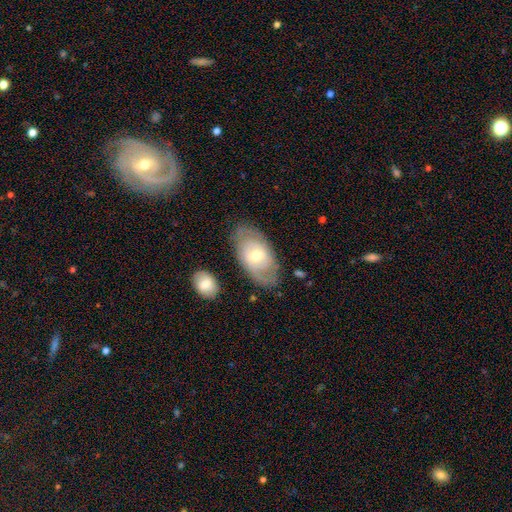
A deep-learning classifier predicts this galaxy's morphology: The model was most divided on "bar": no: 59%, weak: 34%, strong: 7%. More confident: edge-on disk — no (92%); merging — none (75%); spiral arms — yes (71%); smooth or featured — featured or disk (62%); bulge size — moderate (62%).